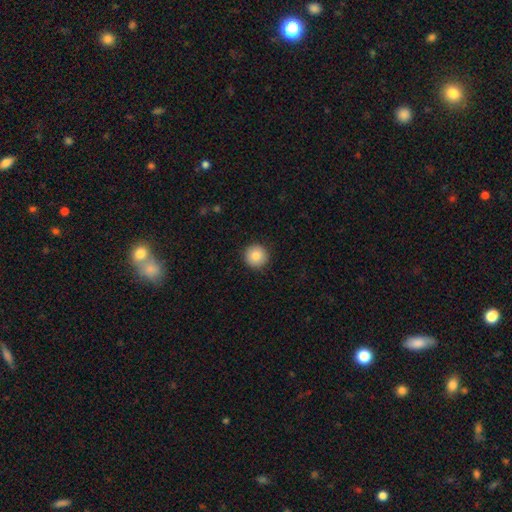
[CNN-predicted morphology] Smooth or featured?
  - smooth: 84% *
  - star or artifact: 8%
  - featured or disk: 7%
How rounded?
  - round: 96% *
  - in between: 3%
  - cigar-shaped: 1%
Merging?
  - none: 93% *
  - minor disturbance: 5%
  - major disturbance: 2%
  - merger: 1%